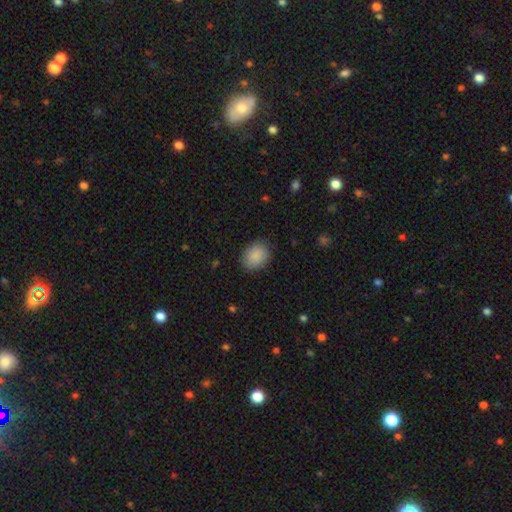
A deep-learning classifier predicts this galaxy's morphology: Overall: smooth (89%). How rounded: in between (58%; round 41%). Merging: none (85%).